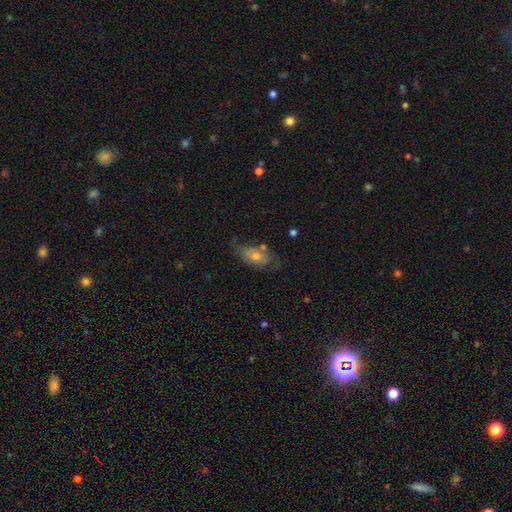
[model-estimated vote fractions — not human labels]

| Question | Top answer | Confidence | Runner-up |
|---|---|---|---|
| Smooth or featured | smooth | 56% | featured or disk (36%) |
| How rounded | in between | 88% | round (8%) |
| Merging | none | 50% | minor disturbance (29%) |